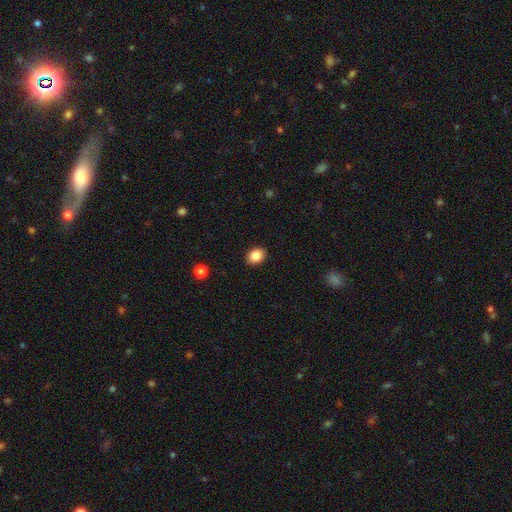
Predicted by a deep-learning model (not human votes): smooth_or_featured: smooth (p=0.86) [alt: star or artifact p=0.09]
how_rounded: in between (p=0.59) [alt: round p=0.41]
merging: none (p=0.91) [alt: minor disturbance p=0.07]